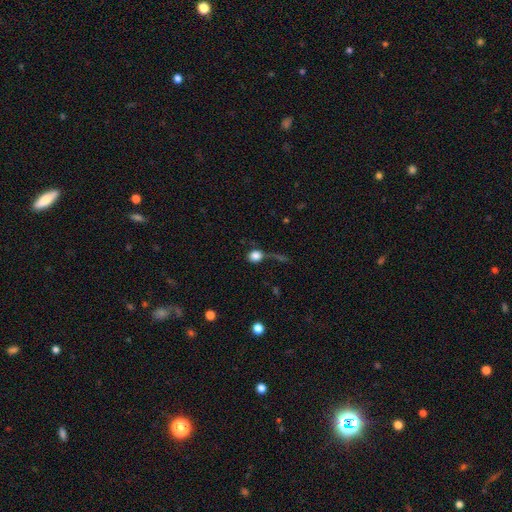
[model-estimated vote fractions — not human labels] smooth-or-featured: smooth: 81% | star or artifact: 10% | featured or disk: 9%
  how-rounded: round: 66% | in between: 32% | cigar-shaped: 2%
  merging: none: 41% | major disturbance: 28% | minor disturbance: 19% | merger: 13%